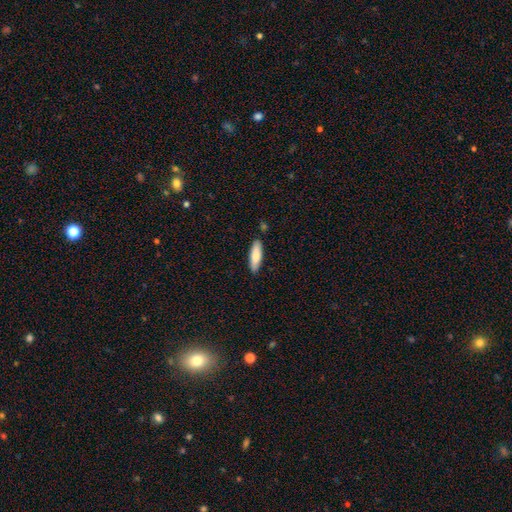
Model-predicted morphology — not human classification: smooth_or_featured: smooth (p=0.81) [alt: featured or disk p=0.13]
how_rounded: cigar-shaped (p=0.52) [alt: in between p=0.47]
merging: none (p=0.85) [alt: minor disturbance p=0.10]